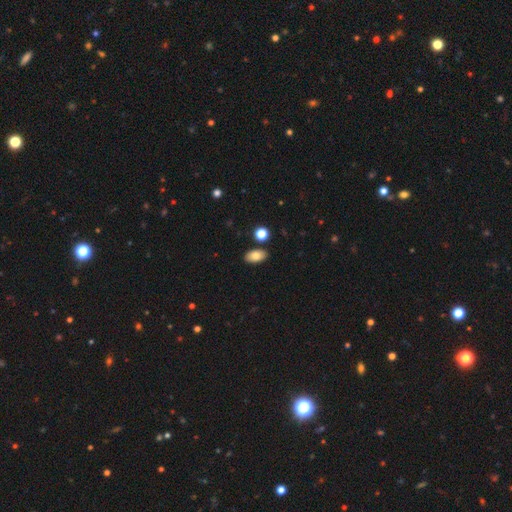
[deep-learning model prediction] The model was most divided on "smooth or featured": smooth: 82%, featured or disk: 10%, star or artifact: 8%. More confident: how rounded — in between (92%); merging — none (86%).